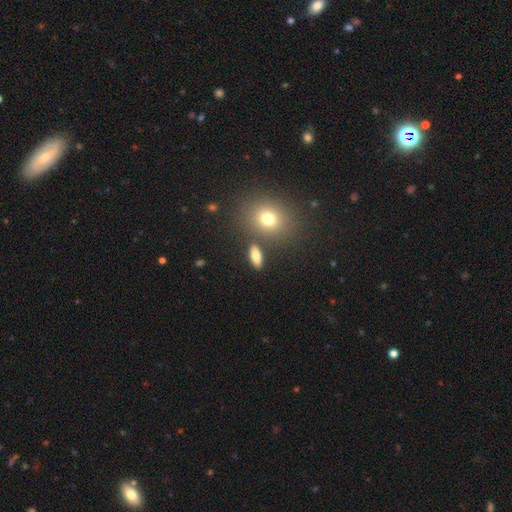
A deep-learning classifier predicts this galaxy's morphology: Smooth or featured: smooth — 75% (featured or disk — 16%)
How rounded: in between — 68% (cigar-shaped — 22%)
Merging: none — 83% (minor disturbance — 9%)